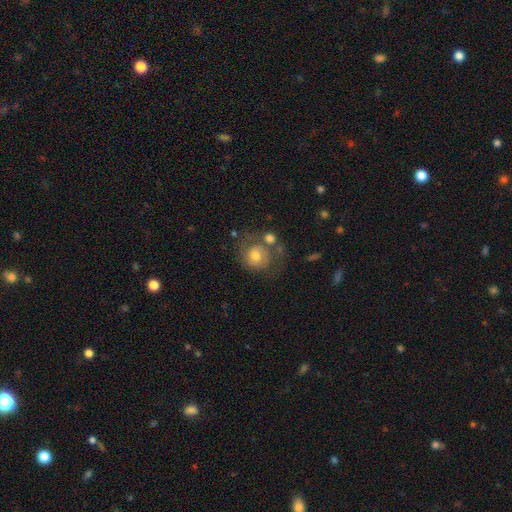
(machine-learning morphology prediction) type=smooth (47%); merging=none (48%).